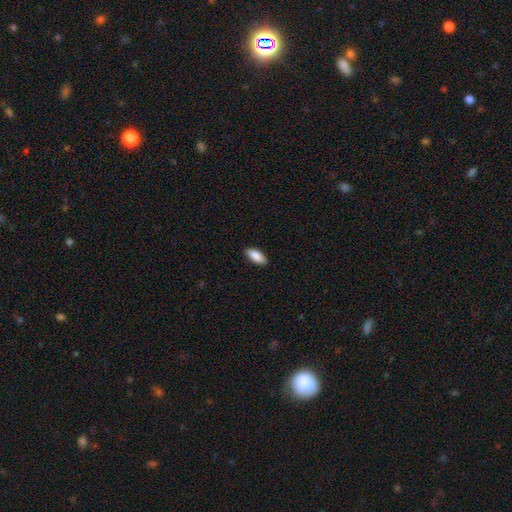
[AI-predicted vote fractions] A smooth galaxy with no disk features (86%) that is in between round and cigar-shaped (86%).

Vote fractions:
- Smooth or featured? smooth: 86% / featured or disk: 8% / star or artifact: 6%
- How rounded? in between: 86% / cigar-shaped: 12% / round: 2%
- Merging? none: 89% / minor disturbance: 9% / major disturbance: 2% / merger: 1%